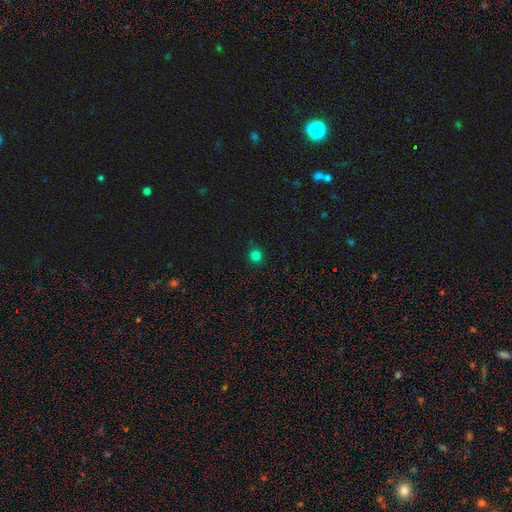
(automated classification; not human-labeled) This is likely a smooth galaxy (79%). How rounded: clearly round (90%). Merging: clearly none (90%).